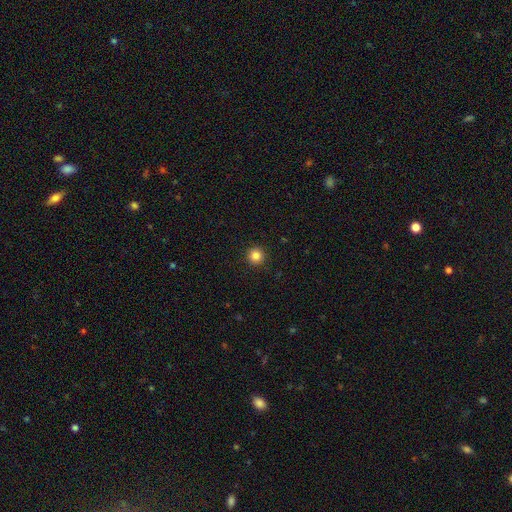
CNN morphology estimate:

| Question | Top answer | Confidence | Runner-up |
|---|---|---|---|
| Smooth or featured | smooth | 84% | star or artifact (11%) |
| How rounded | round | 96% | in between (3%) |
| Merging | none | 93% | minor disturbance (4%) |